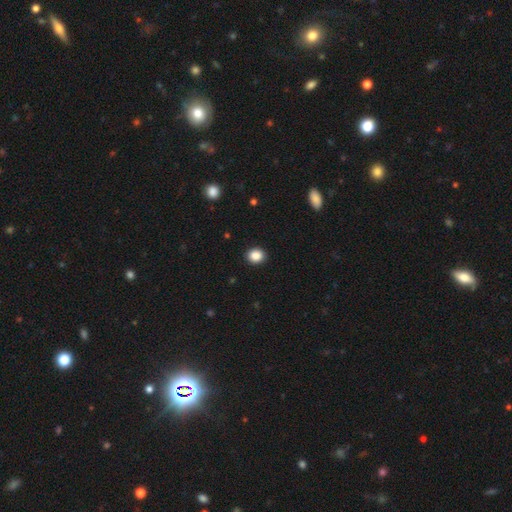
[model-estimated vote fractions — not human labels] Q: Smooth or featured?
A: smooth (88%); runner-up: star or artifact (9%)
Q: How rounded?
A: round (73%); runner-up: in between (26%)
Q: Merging?
A: none (92%); runner-up: minor disturbance (6%)